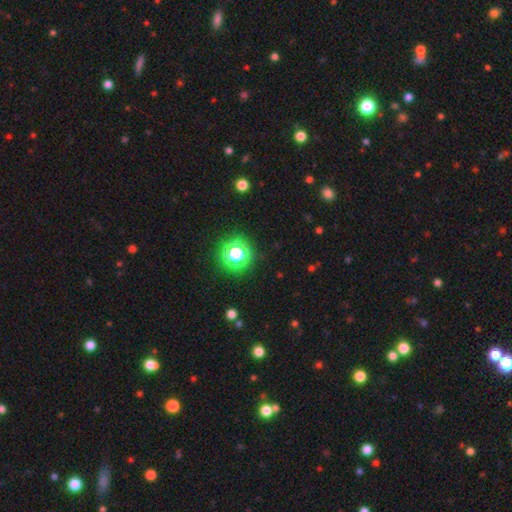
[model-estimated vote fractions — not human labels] A star or artifact, not a galaxy (68%).